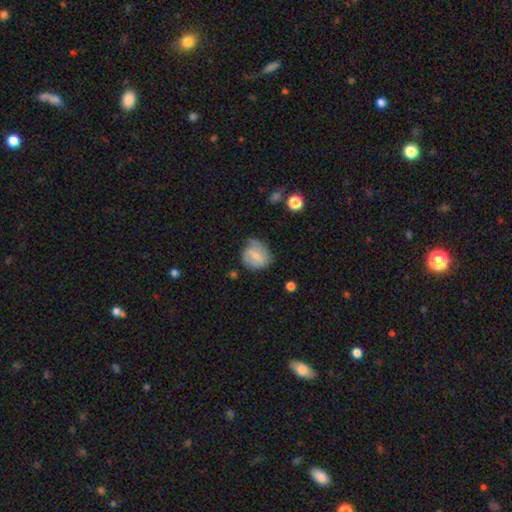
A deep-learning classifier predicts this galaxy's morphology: Q: Smooth or featured?
A: smooth (58%); runner-up: featured or disk (35%)
Q: How rounded?
A: round (77%); runner-up: in between (22%)
Q: Merging?
A: none (54%); runner-up: minor disturbance (32%)